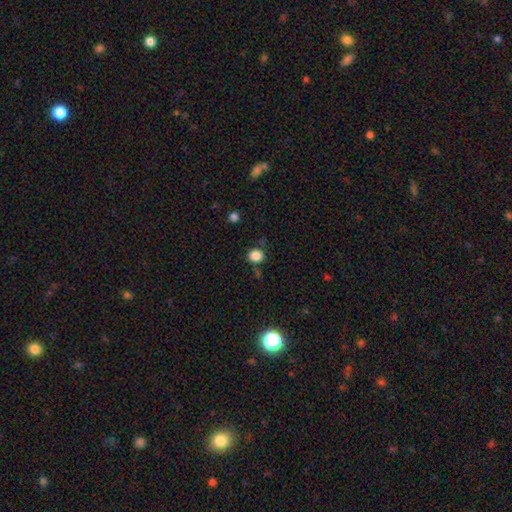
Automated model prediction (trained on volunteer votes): Smooth or featured? Predicted: smooth (p=0.84). How rounded? Predicted: round (p=0.72). Merging? Predicted: none (p=0.76).